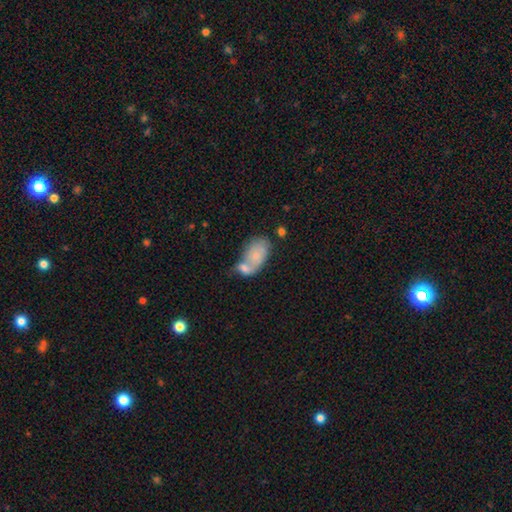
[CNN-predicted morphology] The model was most divided on "merging": merger: 57%, none: 21%, minor disturbance: 13%, major disturbance: 8%. More confident: how rounded — in between (91%); smooth or featured — smooth (68%).